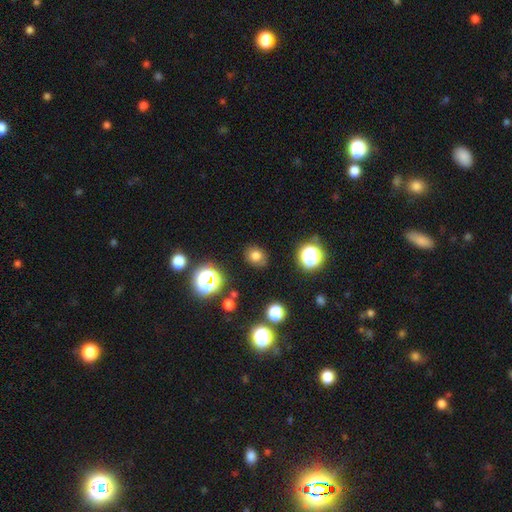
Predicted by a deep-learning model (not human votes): Smooth or featured? smooth (74%)
How rounded? round (70%)
Merging? none (82%)